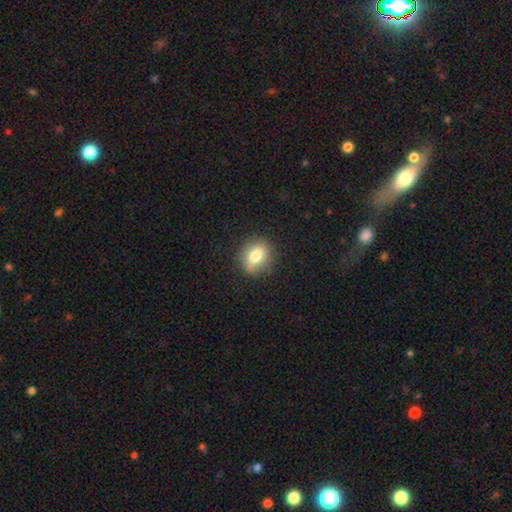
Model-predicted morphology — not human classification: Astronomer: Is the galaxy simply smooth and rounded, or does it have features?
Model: smooth — 74%.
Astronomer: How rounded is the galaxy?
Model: round — 51% (runner-up: in between, 46%).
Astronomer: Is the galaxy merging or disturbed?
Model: none — 79%.